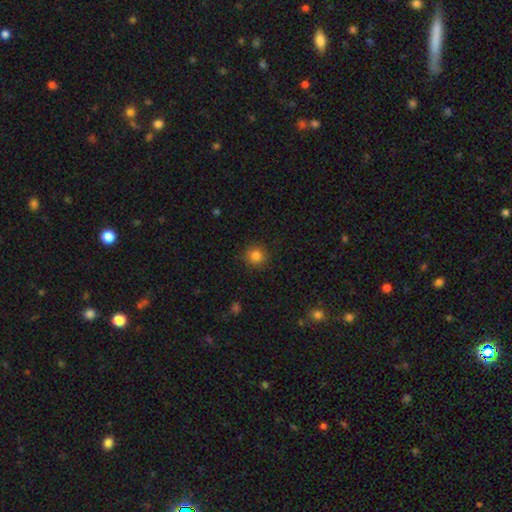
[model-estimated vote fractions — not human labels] Q: Smooth or featured?
A: smooth (83%); runner-up: star or artifact (12%)
Q: How rounded?
A: round (93%); runner-up: in between (6%)
Q: Merging?
A: none (88%); runner-up: minor disturbance (8%)